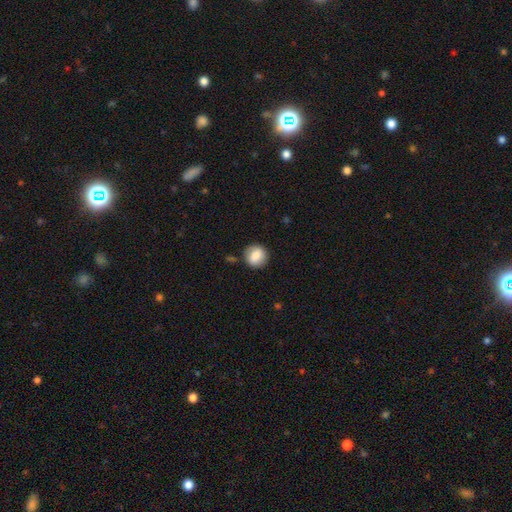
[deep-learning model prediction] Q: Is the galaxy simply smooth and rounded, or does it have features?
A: smooth — 84%.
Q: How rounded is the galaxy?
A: round — 88%.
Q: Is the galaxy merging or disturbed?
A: none — 84%.